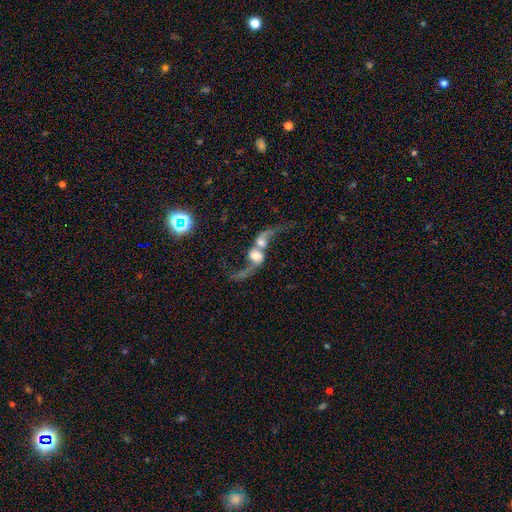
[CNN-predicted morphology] smooth_or_featured: featured or disk (p=0.71) [alt: smooth p=0.20]
disk_edge_on: no (p=0.93) [alt: yes p=0.07]
bar: no (p=0.61) [alt: weak p=0.27]
has_spiral_arms: yes (p=0.81) [alt: no p=0.19]
spiral_winding: loose (p=0.92) [alt: medium p=0.06]
spiral_arm_count: 2 (p=0.83) [alt: 1 p=0.11]
bulge_size: large (p=0.35) [tied with: moderate p=0.35]
merging: merger (p=0.75) [alt: none p=0.12]